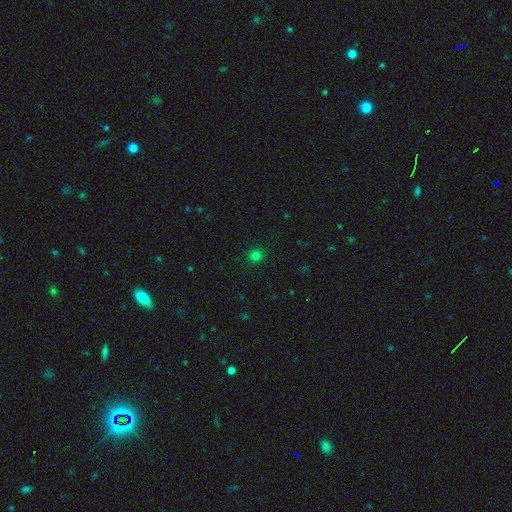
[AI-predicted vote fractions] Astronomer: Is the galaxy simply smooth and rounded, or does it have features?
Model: smooth — 76%.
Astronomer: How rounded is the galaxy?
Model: round — 91%.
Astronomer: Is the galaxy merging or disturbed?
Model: none — 90%.